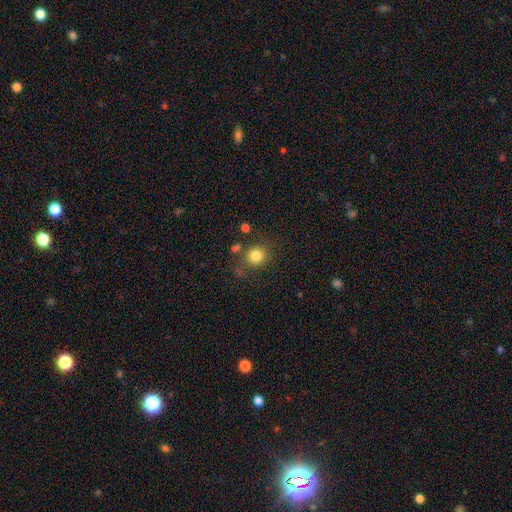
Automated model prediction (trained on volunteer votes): This appears to be a smooth galaxy with no disk features (82%) that is round (84%). Merging: none (78%).